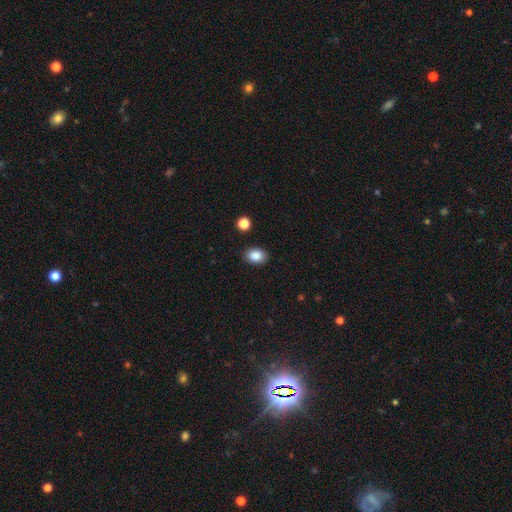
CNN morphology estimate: A smooth galaxy with no disk features (87%) that is in between round and cigar-shaped (74%).

Vote fractions:
- Smooth or featured? smooth: 87% / star or artifact: 9% / featured or disk: 4%
- How rounded? in between: 74% / round: 25% / cigar-shaped: 1%
- Merging? none: 88% / minor disturbance: 8% / major disturbance: 2% / merger: 2%